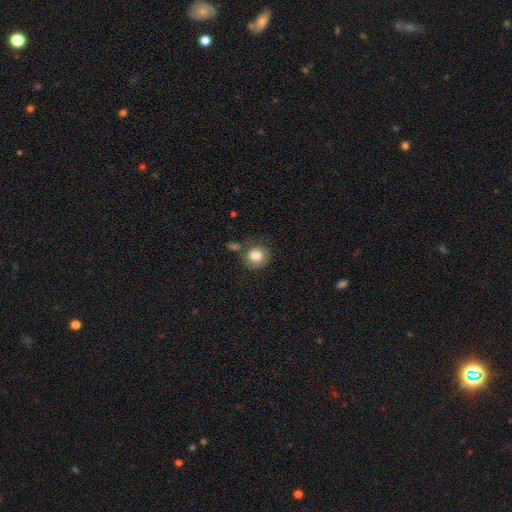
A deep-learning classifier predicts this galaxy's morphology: smooth 82%, featured or disk 9%, star or artifact 9%. Down the decision tree: how rounded — round (86%); merging — none (71%).